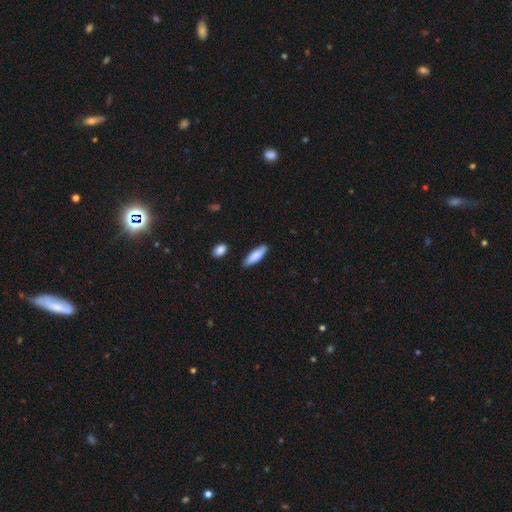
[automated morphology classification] A smooth galaxy with no disk features (83%) that is in between round and cigar-shaped (50%). Merging: none (82%).